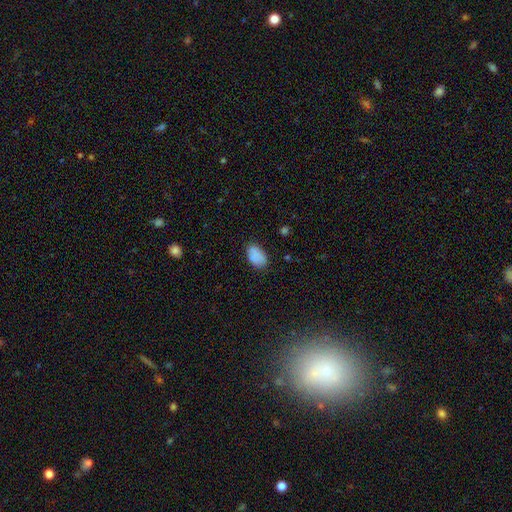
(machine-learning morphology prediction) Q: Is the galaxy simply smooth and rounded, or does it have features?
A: smooth — 85%.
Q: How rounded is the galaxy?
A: in between — 92%.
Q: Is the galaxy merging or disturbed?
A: none — 75%.